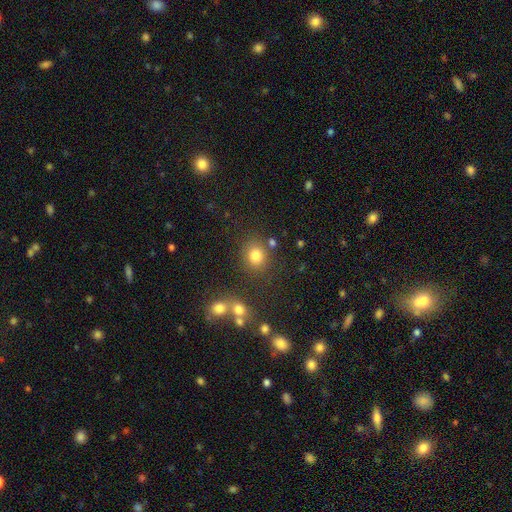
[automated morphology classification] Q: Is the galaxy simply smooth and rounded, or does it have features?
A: smooth — 78%.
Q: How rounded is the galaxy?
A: round — 76%.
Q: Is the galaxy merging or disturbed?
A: none — 76%.